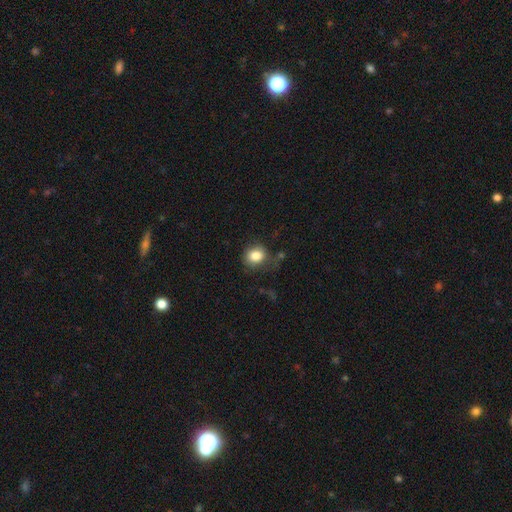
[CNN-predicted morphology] The model was most divided on "how rounded": round: 69%, in between: 30%, cigar-shaped: 1%. More confident: smooth or featured — smooth (83%); merging — none (64%).